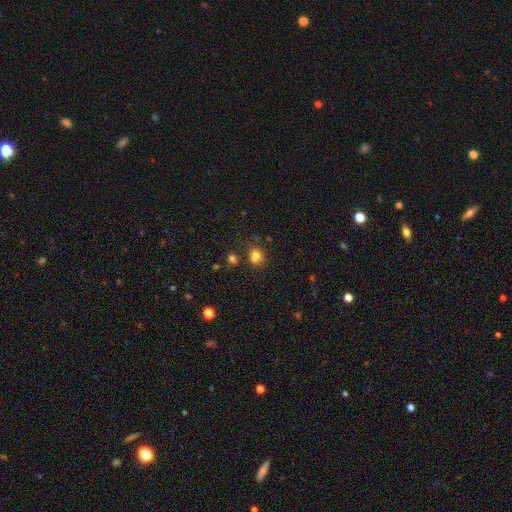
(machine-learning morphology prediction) Smooth or featured?
  - smooth: 76% *
  - star or artifact: 15%
  - featured or disk: 9%
How rounded?
  - round: 64% *
  - in between: 35%
  - cigar-shaped: 1%
Merging?
  - none: 58% *
  - merger: 21%
  - minor disturbance: 16%
  - major disturbance: 5%